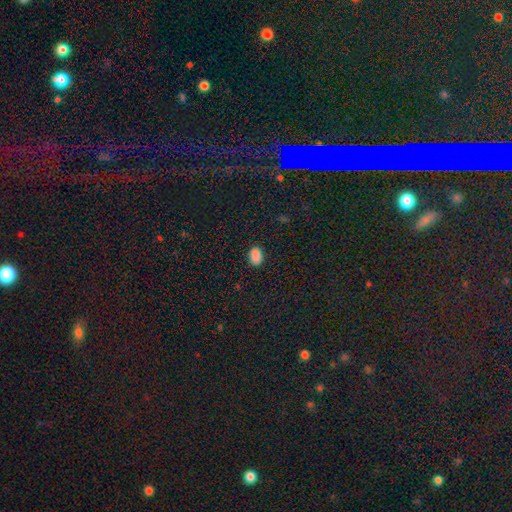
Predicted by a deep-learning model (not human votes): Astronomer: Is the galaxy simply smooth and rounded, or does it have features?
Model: smooth — 87%.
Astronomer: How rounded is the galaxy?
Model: in between — 88%.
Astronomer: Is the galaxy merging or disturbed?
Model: none — 87%.